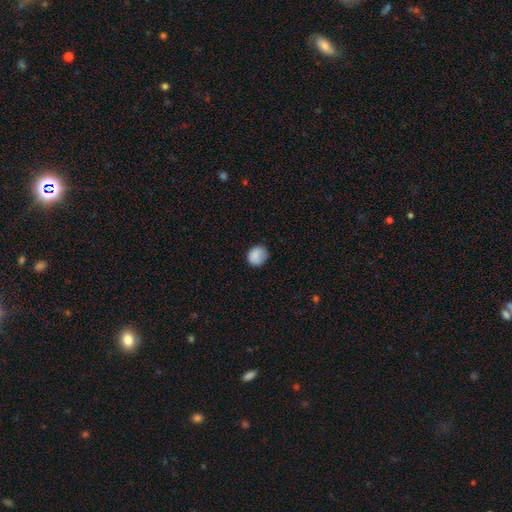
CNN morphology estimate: Smooth or featured: smooth — 86% (star or artifact — 8%)
How rounded: round — 75% (in between — 24%)
Merging: none — 75% (minor disturbance — 19%)